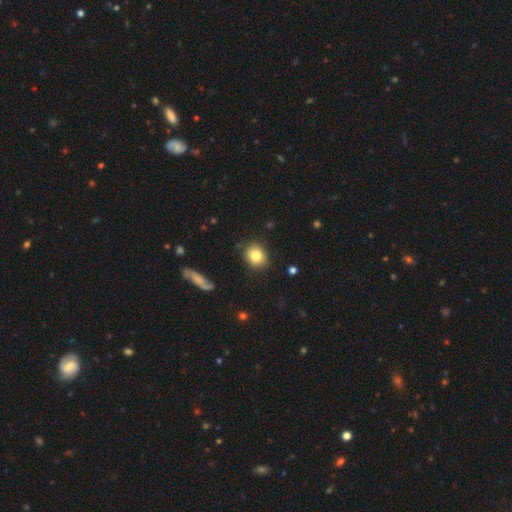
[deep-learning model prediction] This appears to be a smooth galaxy with no disk features (82%) that is round (74%). Merging: none (87%).